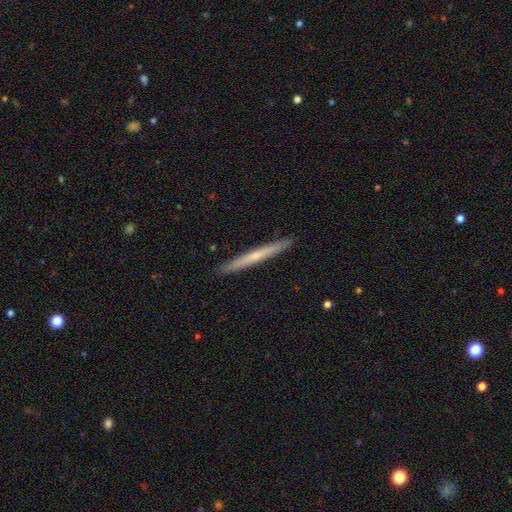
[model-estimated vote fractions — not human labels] The model was most divided on "smooth or featured": featured or disk: 49%, smooth: 45%, star or artifact: 6%. More confident: merging — none (92%).